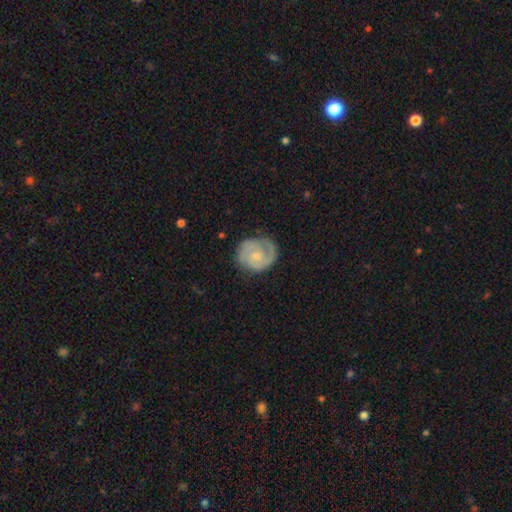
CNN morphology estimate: smooth-or-featured: featured or disk: 75% | smooth: 20% | star or artifact: 5%
  disk-edge-on: no: 98% | yes: 2%
    bar: no: 70% | weak: 27% | strong: 4%
    has-spiral-arms: yes: 93% | no: 7%
      spiral-winding: tight: 56% | medium: 35% | loose: 9%
      spiral-arm-count: 2: 69% | can't tell: 13% | 1: 10% | 3: 5% | 4: 2% | more than 4: 2%
    bulge-size: small: 62% | moderate: 30% | none: 5% | large: 2% | dominant: 1%
  merging: none: 74% | minor disturbance: 19% | major disturbance: 6% | merger: 1%